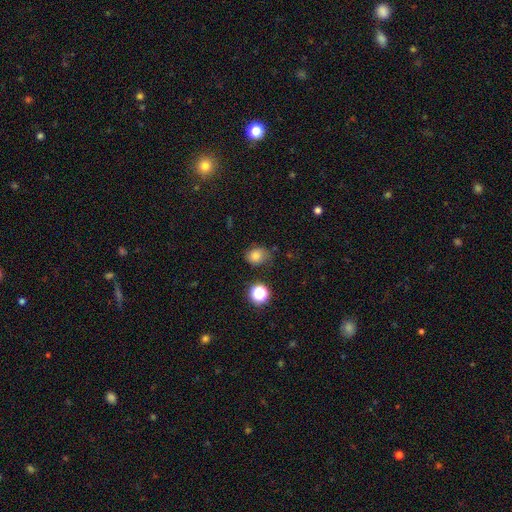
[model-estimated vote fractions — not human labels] Smooth or featured?
  - smooth: 78% *
  - star or artifact: 15%
  - featured or disk: 7%
How rounded?
  - round: 57% *
  - in between: 42%
  - cigar-shaped: 1%
Merging?
  - none: 68% *
  - minor disturbance: 23%
  - major disturbance: 6%
  - merger: 3%